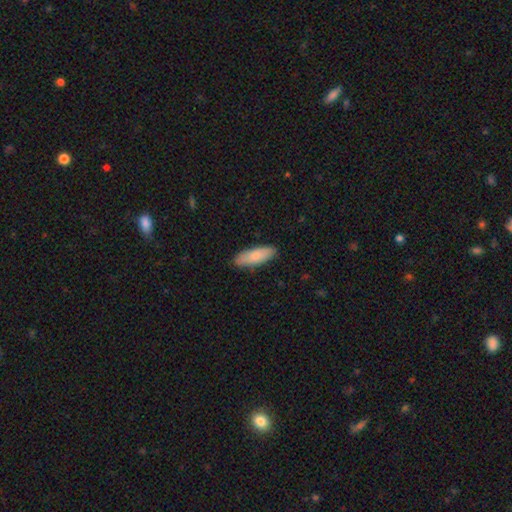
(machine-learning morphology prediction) A smooth galaxy with no disk features (82%) that is in between round and cigar-shaped (60%). Merging: none (87%).